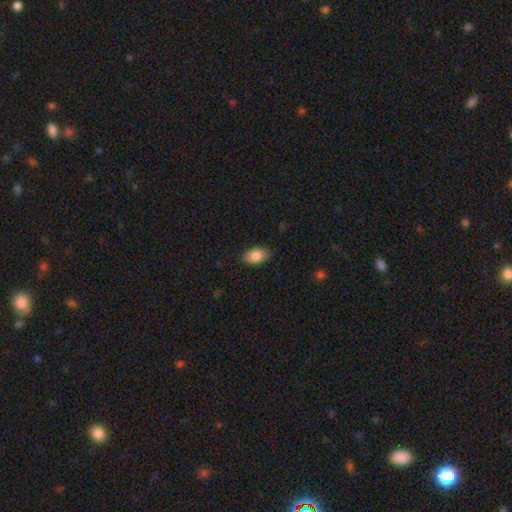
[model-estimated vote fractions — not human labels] This is clearly a smooth galaxy (86%). How rounded: clearly in between (89%). Merging: clearly none (84%).